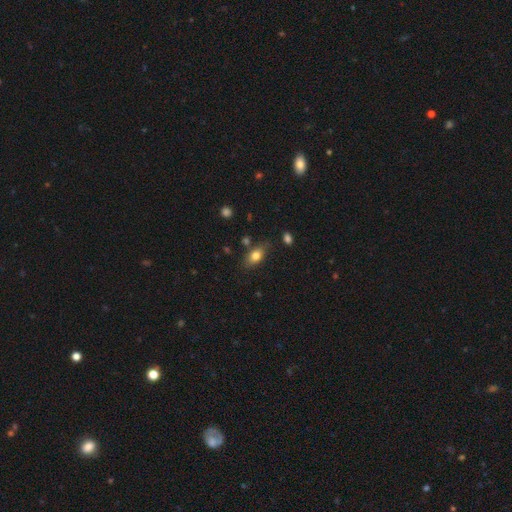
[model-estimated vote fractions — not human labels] Q: Smooth or featured?
A: smooth (77%); runner-up: featured or disk (14%)
Q: How rounded?
A: in between (83%); runner-up: round (11%)
Q: Merging?
A: none (73%); runner-up: minor disturbance (18%)